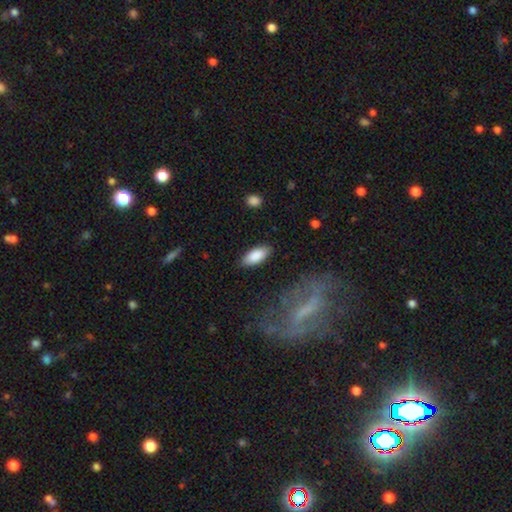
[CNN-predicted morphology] Smooth or featured? Predicted: smooth (p=0.87). How rounded? Predicted: in between (p=0.85). Merging? Predicted: none (p=0.86).